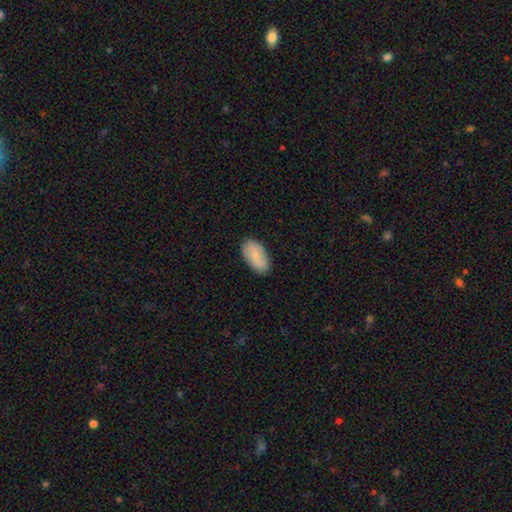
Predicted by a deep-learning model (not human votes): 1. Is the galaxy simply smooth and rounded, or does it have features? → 79% smooth, 15% featured or disk, 6% star or artifact.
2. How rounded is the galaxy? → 95% in between, 3% round, 2% cigar-shaped.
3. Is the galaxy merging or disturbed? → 85% none, 12% minor disturbance, 2% major disturbance, 1% merger.